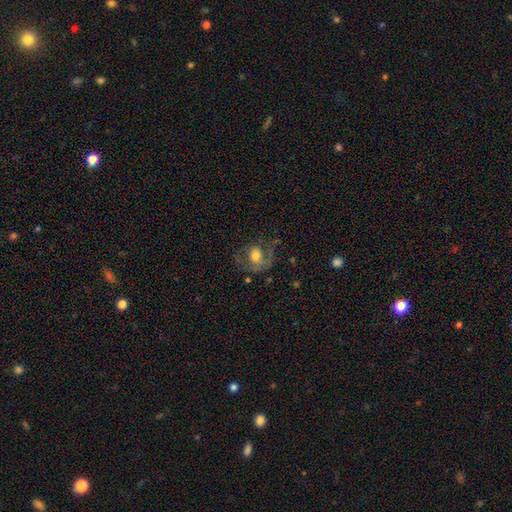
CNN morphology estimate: This is possibly a featured or disk galaxy (51%). It is clearly not viewed edge-on (96%). Merging: possibly none (51%).